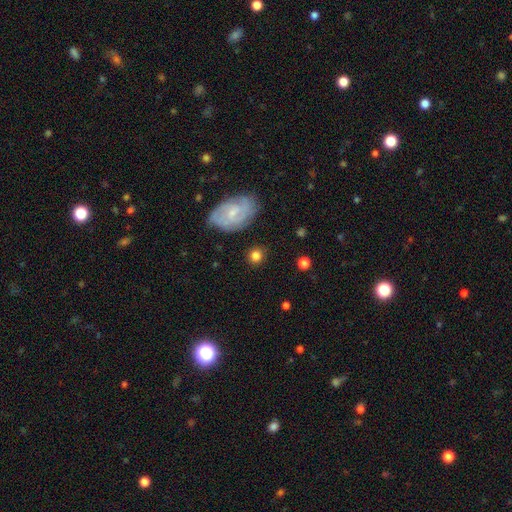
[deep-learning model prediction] Smooth or featured? Predicted: smooth (p=0.74). How rounded? Predicted: round (p=0.82). Merging? Predicted: none (p=0.84).